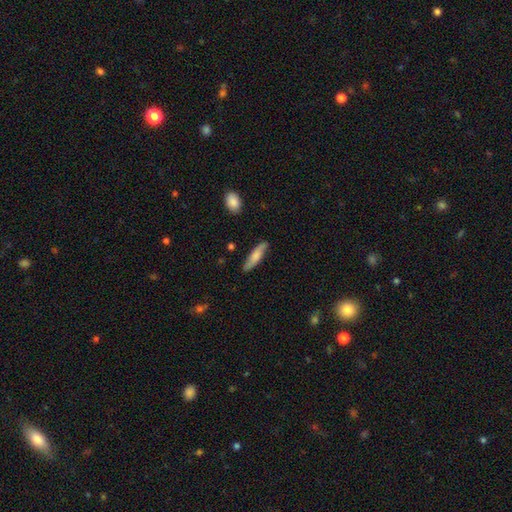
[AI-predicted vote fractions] smooth 66%, featured or disk 29%, star or artifact 6%. Down the decision tree: how rounded — cigar-shaped (72%); merging — none (82%).